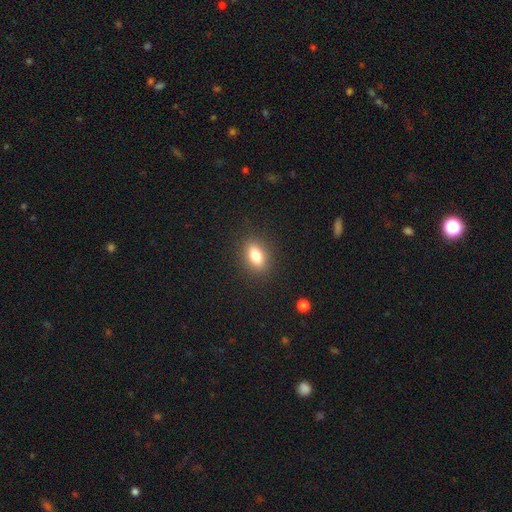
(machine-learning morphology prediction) Overall: smooth (80%). How rounded: in between (81%). Merging: none (88%).